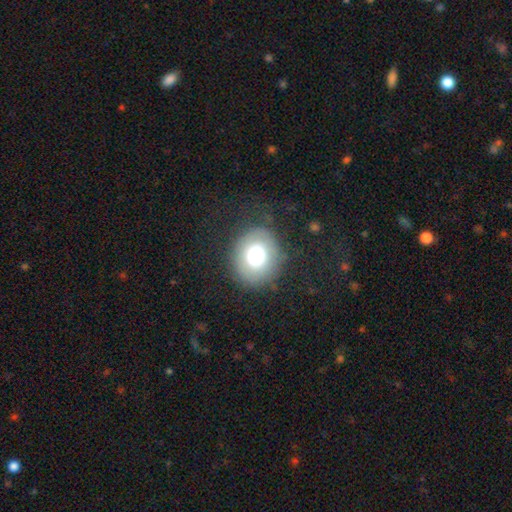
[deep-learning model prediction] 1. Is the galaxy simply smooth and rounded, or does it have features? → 73% smooth, 17% featured or disk, 11% star or artifact.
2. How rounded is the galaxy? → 76% round, 23% in between, 1% cigar-shaped.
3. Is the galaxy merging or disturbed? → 78% none, 13% minor disturbance, 8% major disturbance, 1% merger.